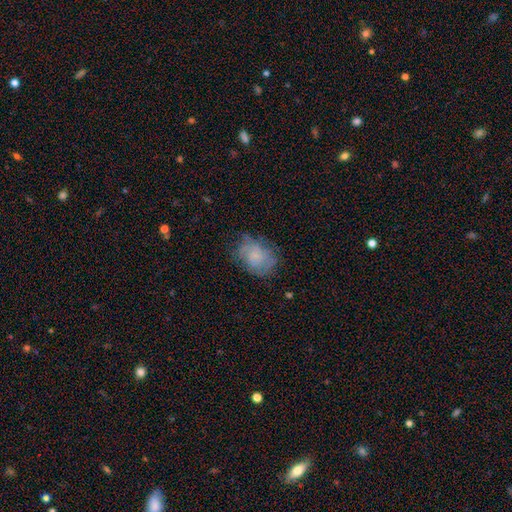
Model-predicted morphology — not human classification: Overall: smooth (54%; featured or disk 36%). How rounded: in between (61%; round 38%). Merging: none (61%; minor disturbance 26%).